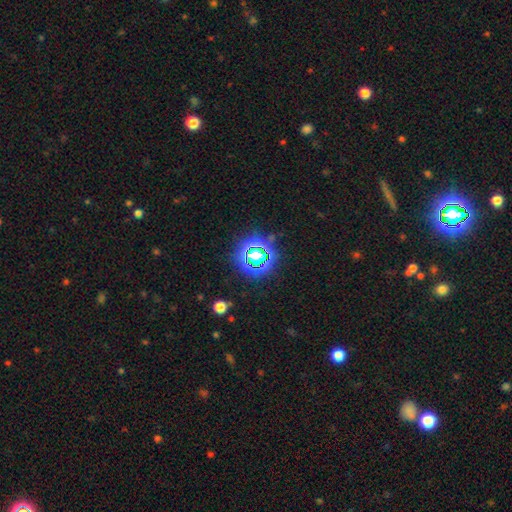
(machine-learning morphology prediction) Smooth or featured? star or artifact (63%)